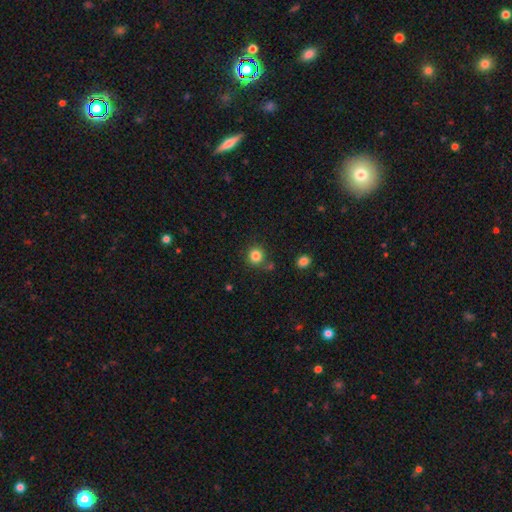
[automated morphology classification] type=smooth (83%); roundness=round (90%); merging=none (77%).